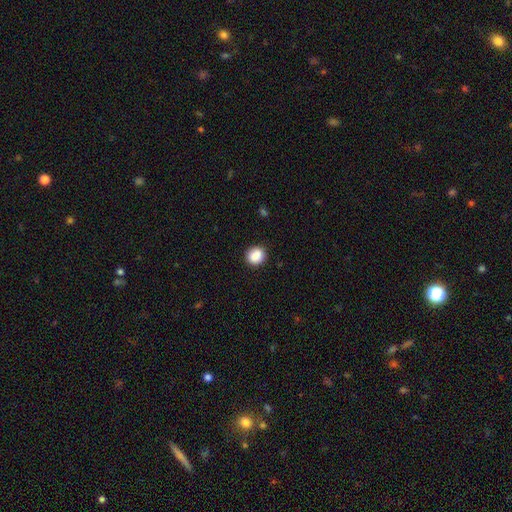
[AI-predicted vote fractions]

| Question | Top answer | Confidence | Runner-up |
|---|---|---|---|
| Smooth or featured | smooth | 88% | star or artifact (9%) |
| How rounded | round | 74% | in between (25%) |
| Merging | none | 88% | minor disturbance (8%) |